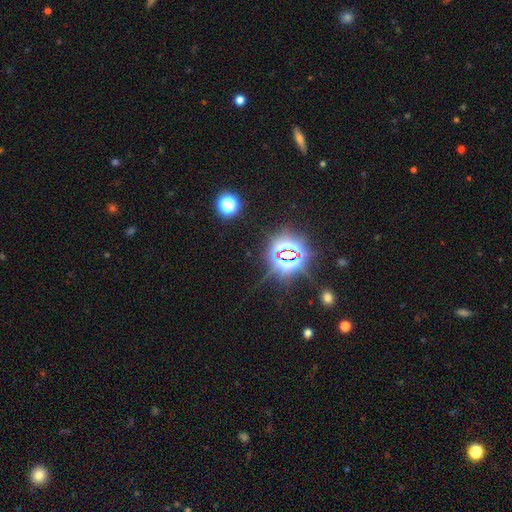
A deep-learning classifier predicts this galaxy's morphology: This appears to be a star or artifact, not a galaxy (81%).